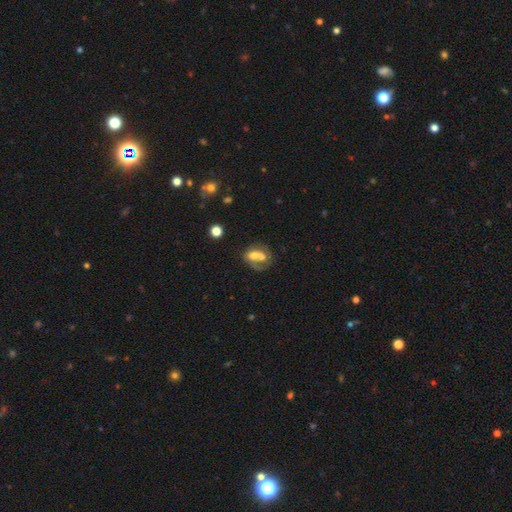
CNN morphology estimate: This is possibly a smooth galaxy (50%). How rounded: likely in between (67%). Merging: likely merger (62%).